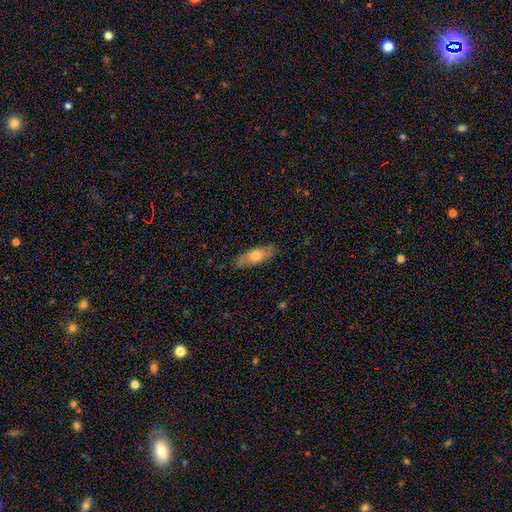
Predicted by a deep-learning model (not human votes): The model was most divided on "smooth or featured": smooth: 59%, featured or disk: 35%, star or artifact: 6%. More confident: merging — none (81%); how rounded — in between (61%).